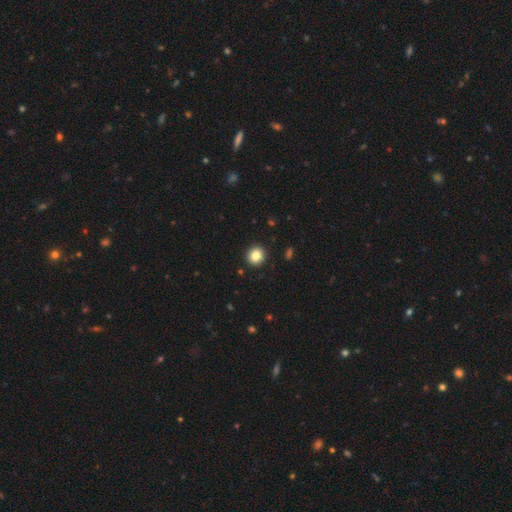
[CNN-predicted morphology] Smooth or featured: smooth — 84% (star or artifact — 10%)
How rounded: round — 88% (in between — 11%)
Merging: none — 92% (minor disturbance — 5%)